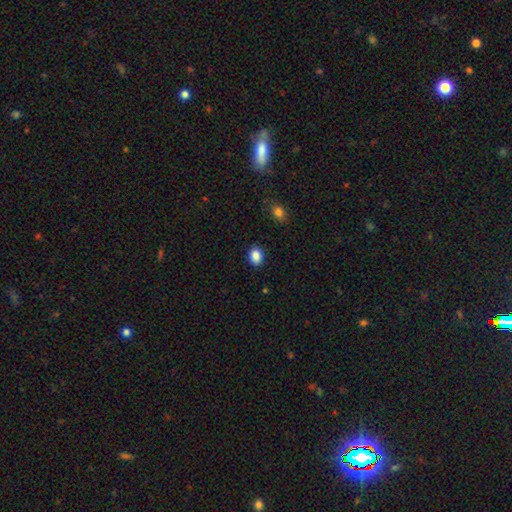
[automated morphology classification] Q: Smooth or featured?
A: smooth (88%); runner-up: star or artifact (9%)
Q: How rounded?
A: in between (53%); runner-up: round (46%)
Q: Merging?
A: none (89%); runner-up: minor disturbance (7%)